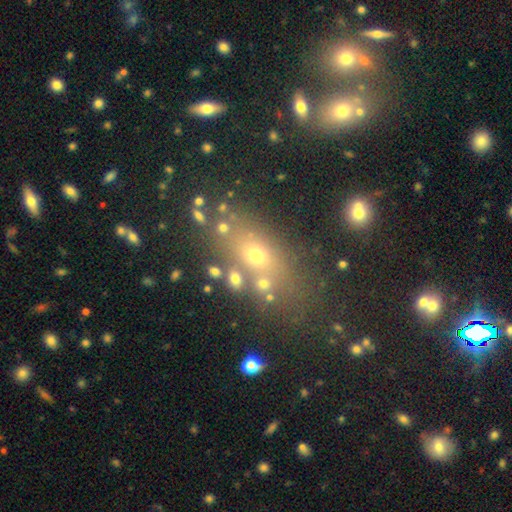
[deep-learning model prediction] Smooth or featured? Predicted: smooth (p=0.54). How rounded? Predicted: in between (p=0.59). Merging? Predicted: none (p=0.69).